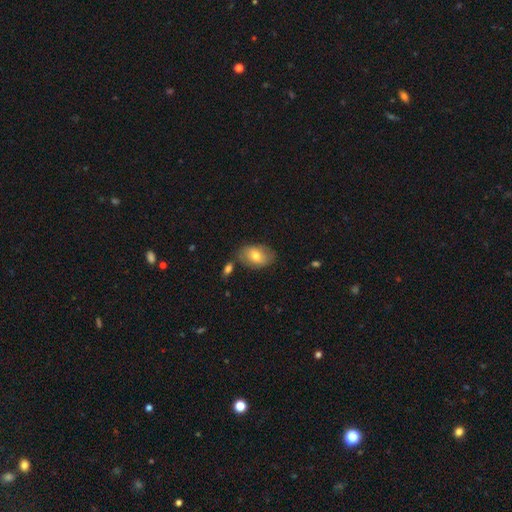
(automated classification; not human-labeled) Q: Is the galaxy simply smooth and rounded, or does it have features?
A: smooth — 70%.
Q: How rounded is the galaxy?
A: in between — 86%.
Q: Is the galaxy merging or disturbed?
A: none — 73%.